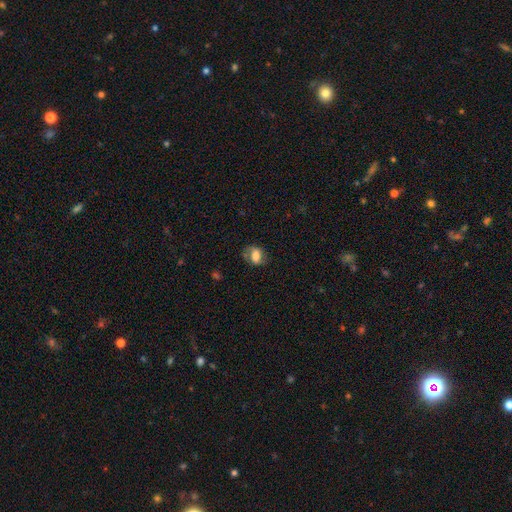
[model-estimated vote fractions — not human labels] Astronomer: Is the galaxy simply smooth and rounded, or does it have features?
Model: smooth — 60%.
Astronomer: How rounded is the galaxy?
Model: in between — 71%.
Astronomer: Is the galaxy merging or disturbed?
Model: none — 61%.